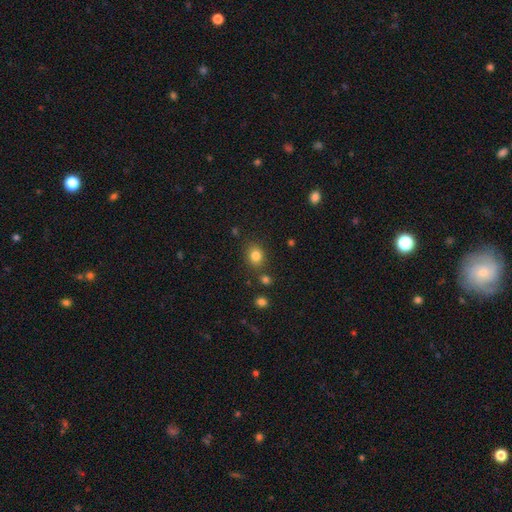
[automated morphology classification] Smooth or featured?
  - smooth: 82% *
  - star or artifact: 12%
  - featured or disk: 6%
How rounded?
  - round: 67% *
  - in between: 32%
  - cigar-shaped: 1%
Merging?
  - none: 81% *
  - minor disturbance: 10%
  - merger: 6%
  - major disturbance: 3%